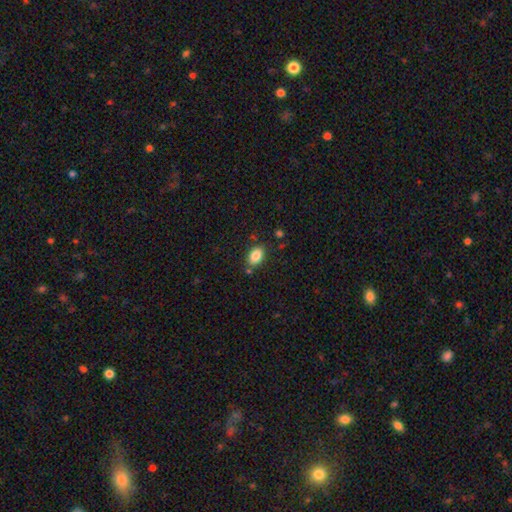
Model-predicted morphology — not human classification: This appears to be a smooth galaxy with no disk features (85%) that is in between round and cigar-shaped (87%). Merging: none (78%).